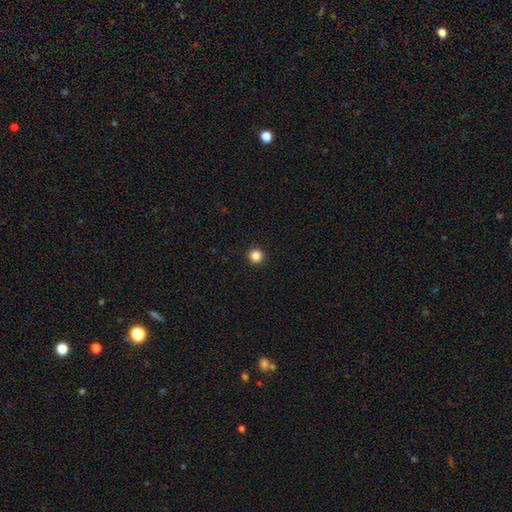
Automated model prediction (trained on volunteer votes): smooth 86%, star or artifact 11%, featured or disk 3%. Down the decision tree: how rounded — round (96%); merging — none (94%).